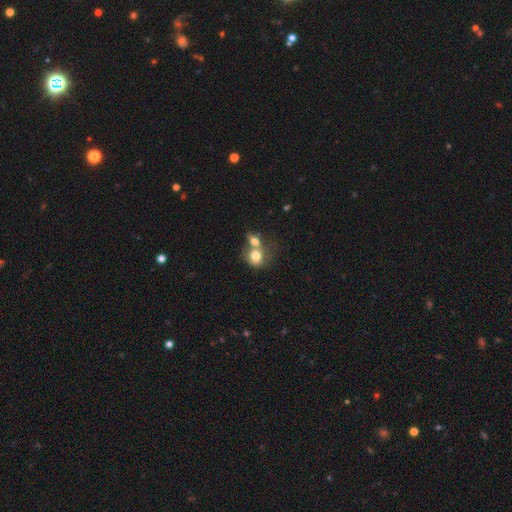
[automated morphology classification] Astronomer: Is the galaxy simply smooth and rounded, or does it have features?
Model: smooth — 74%.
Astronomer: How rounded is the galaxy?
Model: round — 60% (runner-up: in between, 39%).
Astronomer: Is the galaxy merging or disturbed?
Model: merger — 61%.